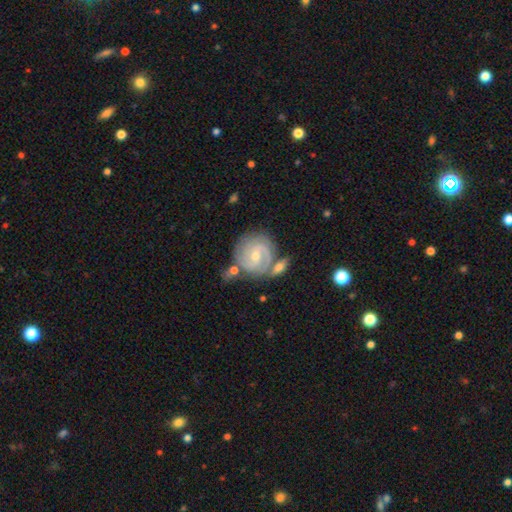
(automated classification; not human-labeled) Overall: featured or disk (85%). Edge-on disk: no (98%). Bar: no (53%; weak 39%). Spiral arms: yes (97%). Spiral arm count: 2 (43%; 3 29%). Spiral winding: tight (66%; medium 29%). Bulge size: small (59%; moderate 38%). Merging: none (59%; merger 20%).